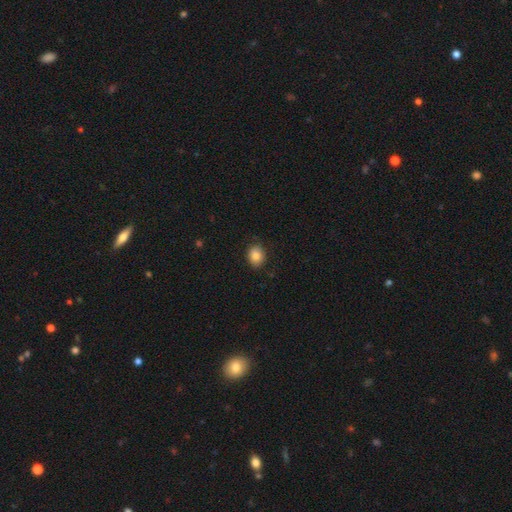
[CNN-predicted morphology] Smooth or featured: smooth — 86% (star or artifact — 9%)
How rounded: in between — 50% (round — 49%)
Merging: none — 85% (minor disturbance — 11%)